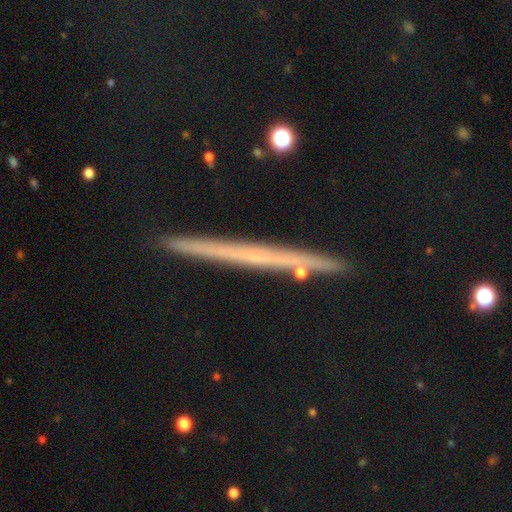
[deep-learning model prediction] Morphology: type=featured or disk (54%); edge-on=yes (96%); edge-on bulge=none (88%); merging=none (88%).